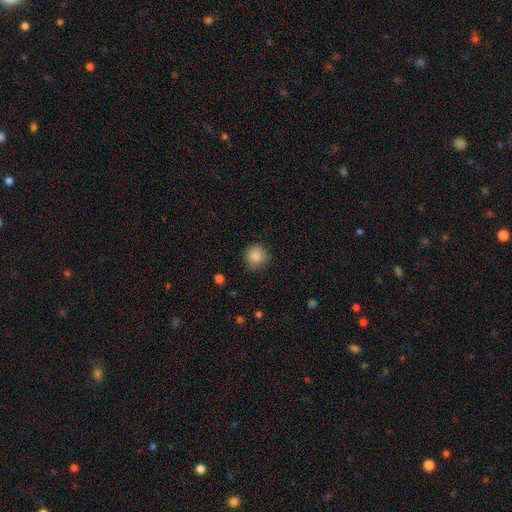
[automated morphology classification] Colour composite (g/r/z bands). It shows a smooth galaxy with no disk features (86%) that is round (90%). Merging: none (76%).